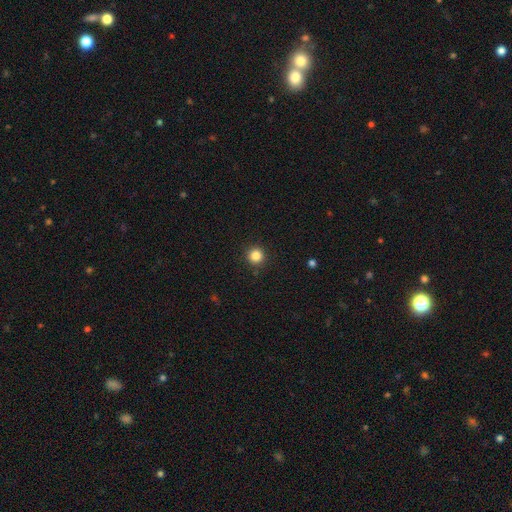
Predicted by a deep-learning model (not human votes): Smooth or featured? Predicted: smooth (p=0.84). How rounded? Predicted: round (p=0.95). Merging? Predicted: none (p=0.92).